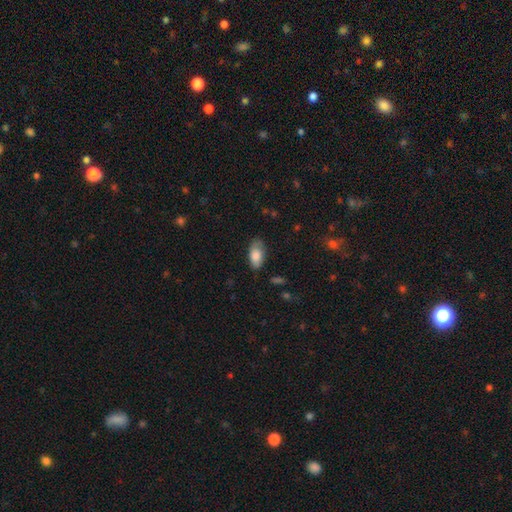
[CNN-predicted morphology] This appears to be a smooth galaxy with no disk features (82%) that is in between round and cigar-shaped (92%). Merging: none (70%).